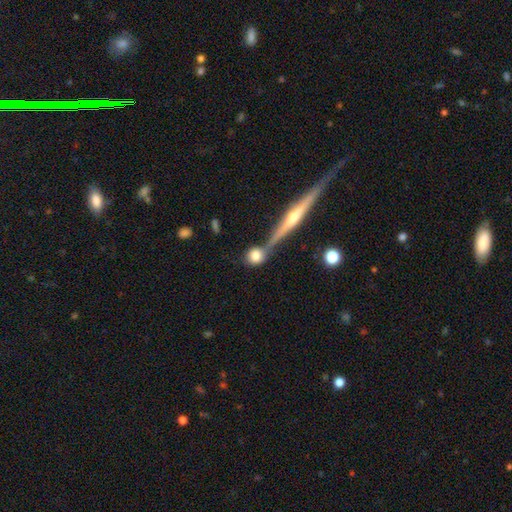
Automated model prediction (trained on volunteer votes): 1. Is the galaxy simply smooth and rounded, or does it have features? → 75% smooth, 16% featured or disk, 8% star or artifact.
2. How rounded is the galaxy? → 84% round, 11% in between, 5% cigar-shaped.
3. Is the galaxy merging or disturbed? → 61% none, 23% merger, 11% minor disturbance, 5% major disturbance.